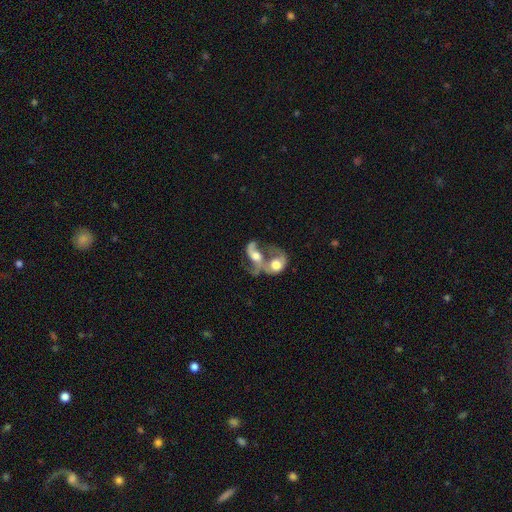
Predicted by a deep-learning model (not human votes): A featured or disk galaxy (67%) with no bar (65%), spiral arms (76%) and a moderate central bulge (47%). Merging: merger (78%).